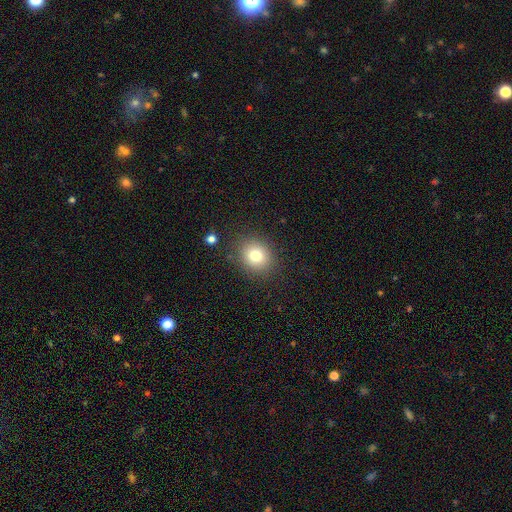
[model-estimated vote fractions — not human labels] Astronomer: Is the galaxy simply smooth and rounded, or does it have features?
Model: smooth — 77%.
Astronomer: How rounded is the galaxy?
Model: round — 74%.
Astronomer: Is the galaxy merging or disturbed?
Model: none — 86%.